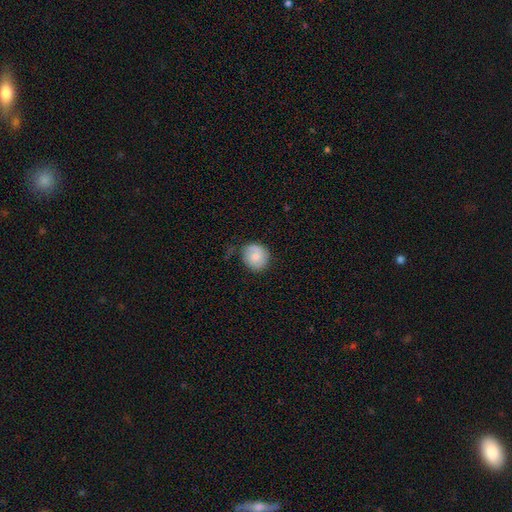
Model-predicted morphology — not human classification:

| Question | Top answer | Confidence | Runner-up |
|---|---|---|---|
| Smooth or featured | smooth | 68% | featured or disk (25%) |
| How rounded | round | 82% | in between (17%) |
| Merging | none | 63% | minor disturbance (28%) |